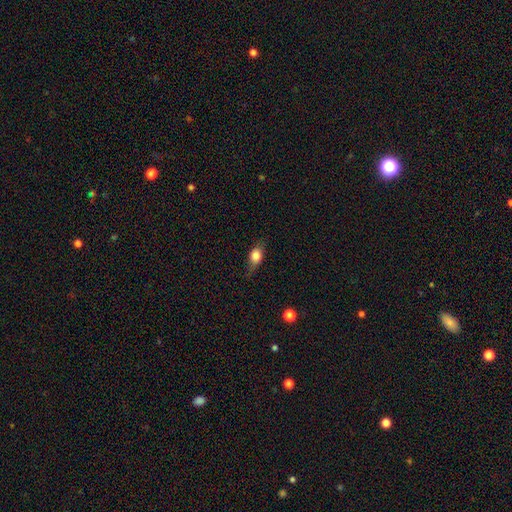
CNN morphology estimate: smooth 72%, featured or disk 19%, star or artifact 9%. Down the decision tree: how rounded — in between (66%); merging — none (65%).